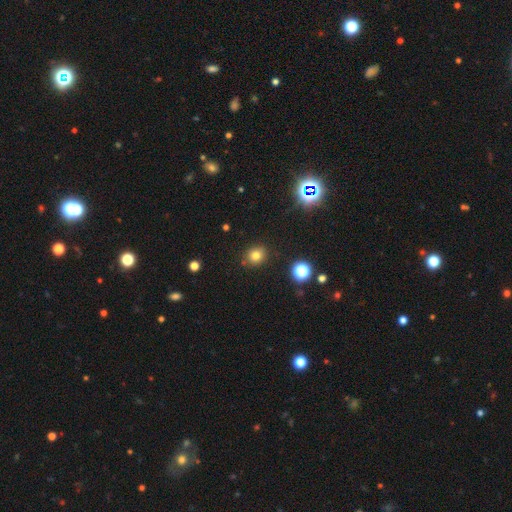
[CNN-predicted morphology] Overall: smooth (77%). How rounded: round (72%). Merging: none (86%).